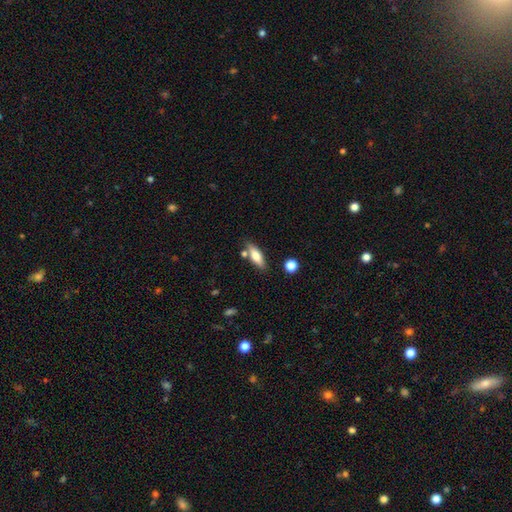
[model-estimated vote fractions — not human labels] This appears to be a smooth galaxy with no disk features (69%) that is in between round and cigar-shaped (54%). Merging: none (74%).